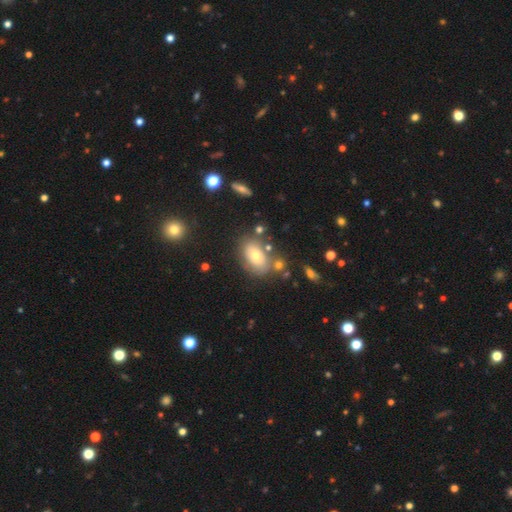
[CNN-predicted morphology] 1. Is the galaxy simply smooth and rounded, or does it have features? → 60% smooth, 27% featured or disk, 13% star or artifact.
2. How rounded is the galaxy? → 84% in between, 14% round, 2% cigar-shaped.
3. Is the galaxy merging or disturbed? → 71% none, 15% minor disturbance, 9% merger, 5% major disturbance.